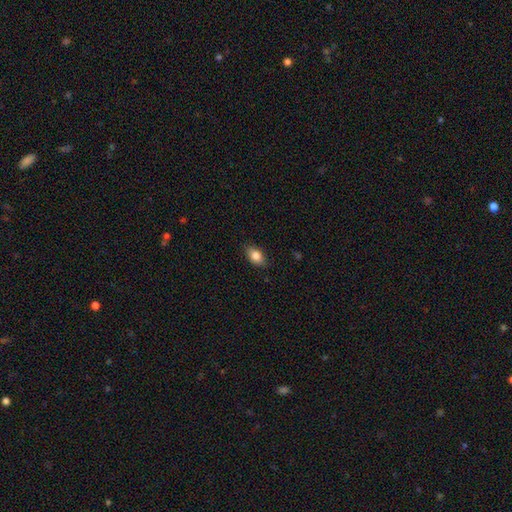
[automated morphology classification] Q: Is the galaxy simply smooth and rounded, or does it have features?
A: smooth — 83%.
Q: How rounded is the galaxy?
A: in between — 84%.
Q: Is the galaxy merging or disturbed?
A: none — 83%.